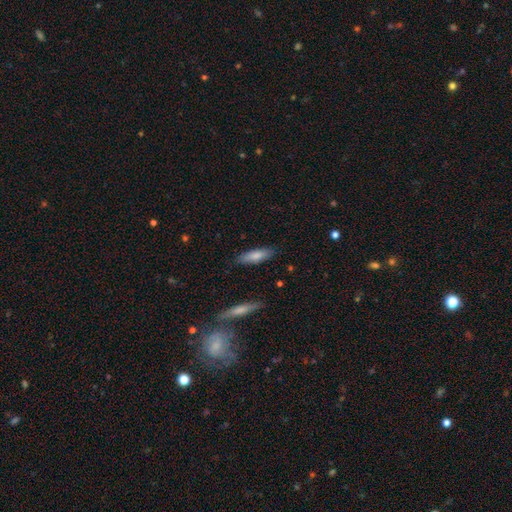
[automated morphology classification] Smooth or featured: smooth — 79% (featured or disk — 15%)
How rounded: cigar-shaped — 52% (in between — 47%)
Merging: none — 85% (minor disturbance — 11%)